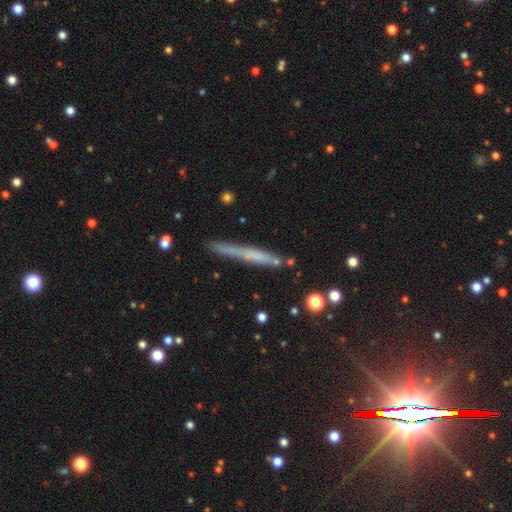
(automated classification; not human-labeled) smooth_or_featured: smooth (p=0.48) [alt: featured or disk p=0.42]
merging: none (p=0.80) [alt: minor disturbance p=0.14]